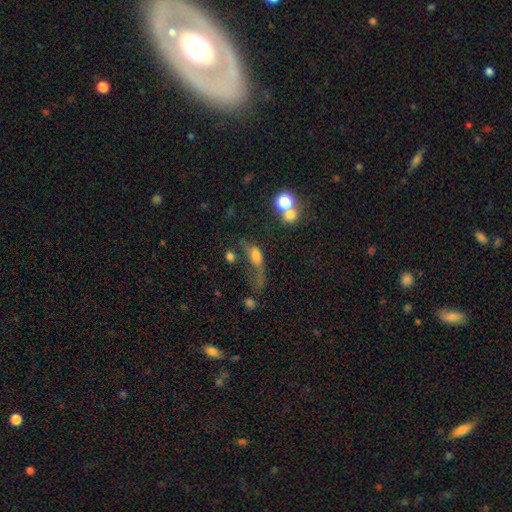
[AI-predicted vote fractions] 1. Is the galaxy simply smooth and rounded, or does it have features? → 58% smooth, 28% featured or disk, 14% star or artifact.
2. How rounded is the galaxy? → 69% in between, 17% round, 13% cigar-shaped.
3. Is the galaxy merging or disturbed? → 49% major disturbance, 19% merger, 18% none, 14% minor disturbance.